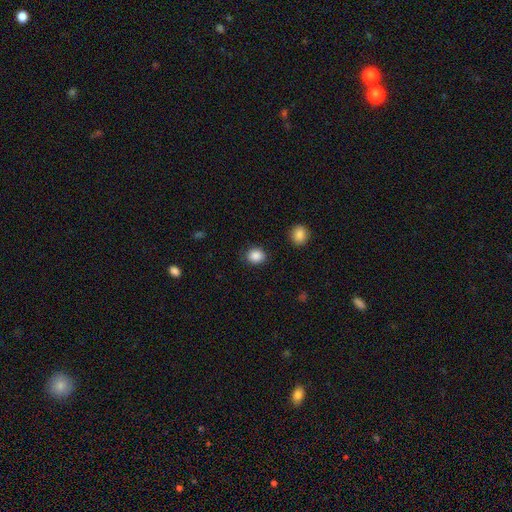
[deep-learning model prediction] Smooth or featured?
  - smooth: 88% *
  - star or artifact: 9%
  - featured or disk: 3%
How rounded?
  - round: 71% *
  - in between: 28%
  - cigar-shaped: 1%
Merging?
  - none: 87% *
  - minor disturbance: 8%
  - major disturbance: 3%
  - merger: 2%